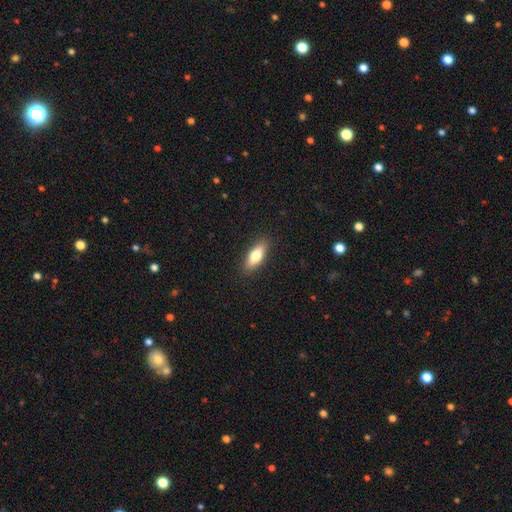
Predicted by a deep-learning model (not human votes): This is likely a smooth galaxy (72%). How rounded: likely in between (64%). Merging: clearly none (88%).